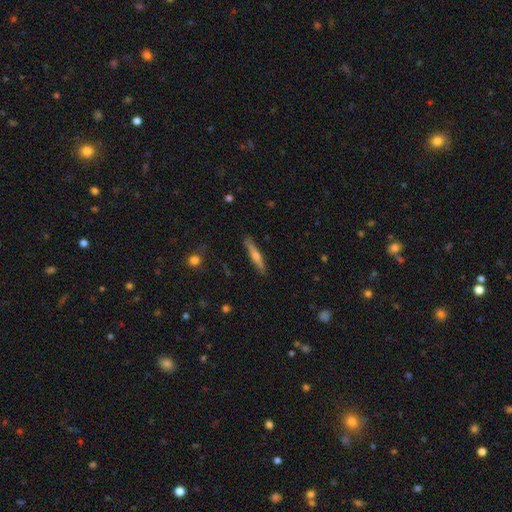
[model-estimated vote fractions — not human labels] The model was most divided on "smooth or featured": featured or disk: 58%, smooth: 35%, star or artifact: 7%. More confident: edge-on disk — yes (95%); merging — none (88%); edge-on bulge — rounded (84%).